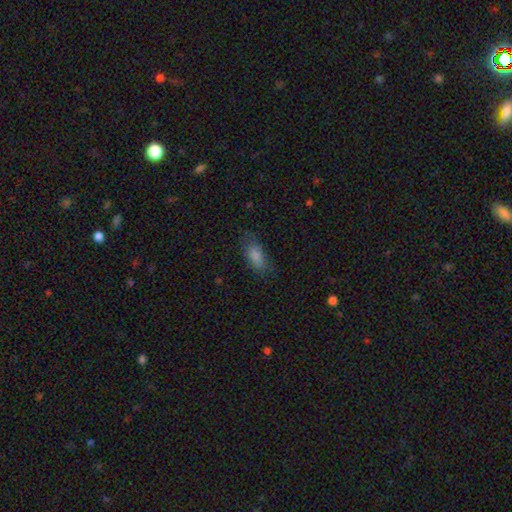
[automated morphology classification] smooth_or_featured: smooth (p=0.82) [alt: featured or disk p=0.10]
how_rounded: in between (p=0.84) [alt: cigar-shaped p=0.13]
merging: none (p=0.68) [alt: minor disturbance p=0.22]